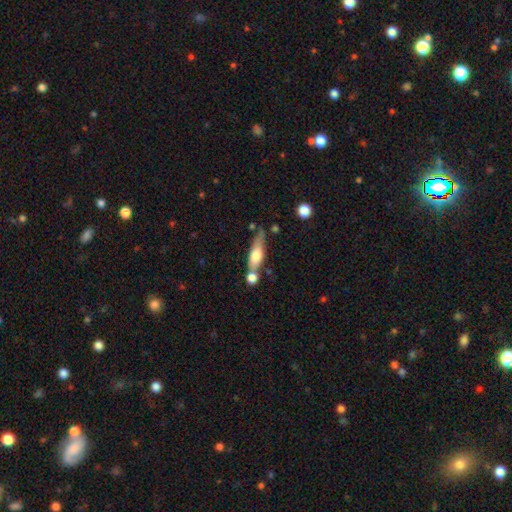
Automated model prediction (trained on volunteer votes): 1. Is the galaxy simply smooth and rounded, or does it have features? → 57% smooth, 36% featured or disk, 6% star or artifact.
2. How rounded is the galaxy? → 52% cigar-shaped, 44% in between, 4% round.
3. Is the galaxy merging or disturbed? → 43% none, 30% merger, 19% minor disturbance, 7% major disturbance.